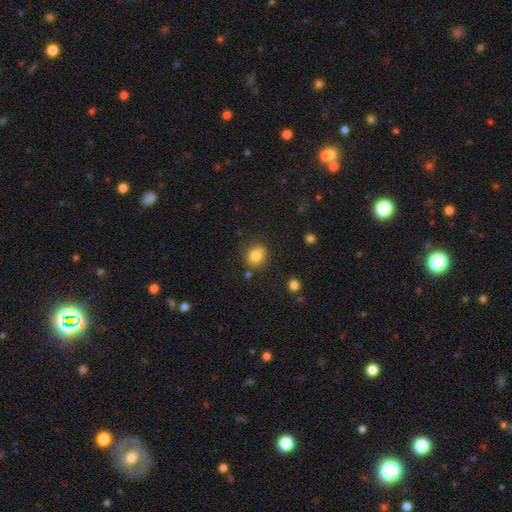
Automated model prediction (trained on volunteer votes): A smooth galaxy with no disk features (80%) that is round (81%). Merging: none (72%).